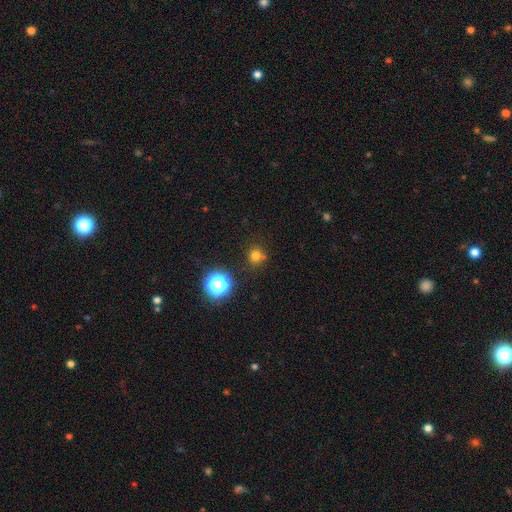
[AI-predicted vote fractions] Smooth or featured: smooth — 71% (star or artifact — 22%)
How rounded: round — 89% (in between — 10%)
Merging: none — 74% (merger — 13%)